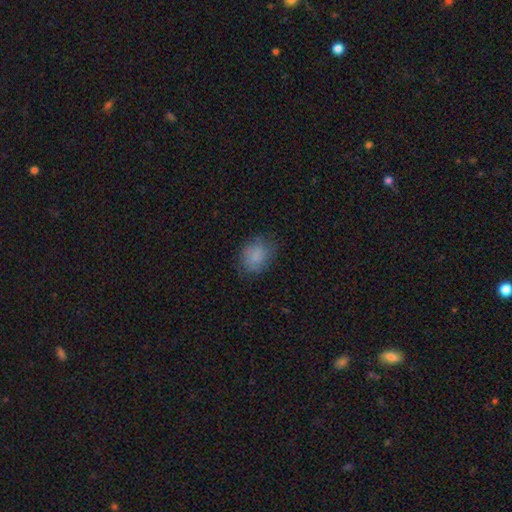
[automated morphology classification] type=smooth (82%); roundness=in between (55%); merging=none (75%).